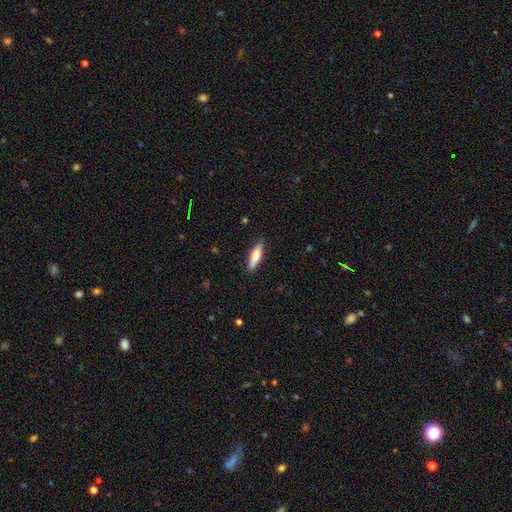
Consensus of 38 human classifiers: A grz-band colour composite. It shows a smooth galaxy with no disk features (66%) that is cigar-shaped (68%). Merging: none (94%).